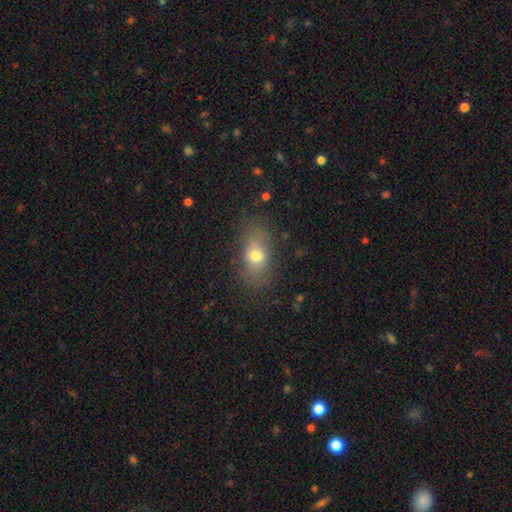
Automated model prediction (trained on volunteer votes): This is likely a smooth galaxy (69%). How rounded: likely in between (79%). Merging: likely none (73%).